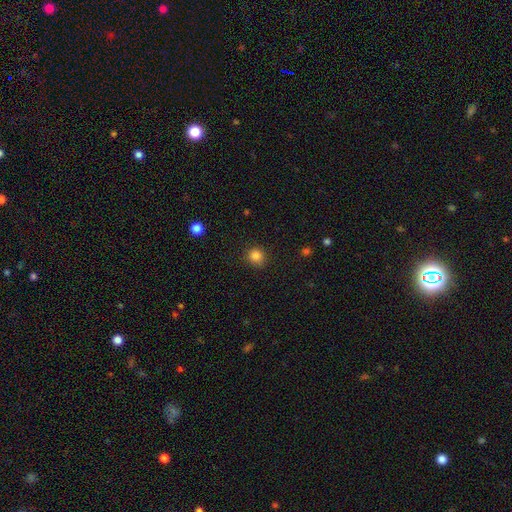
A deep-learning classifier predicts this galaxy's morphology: type=smooth (84%); roundness=round (88%); merging=none (88%).